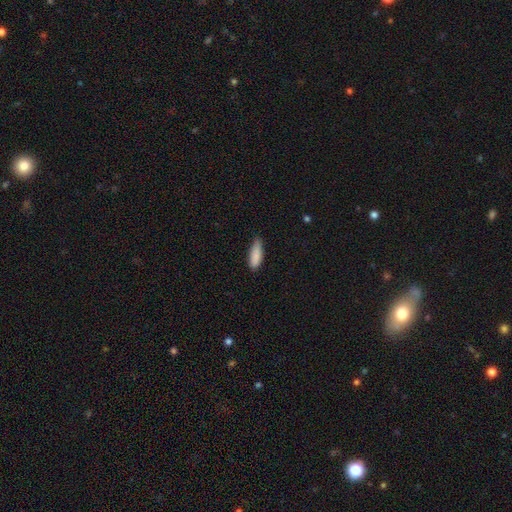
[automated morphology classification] A smooth galaxy with no disk features (88%) that is in between round and cigar-shaped (56%).

Vote fractions:
- Smooth or featured? smooth: 88% / star or artifact: 7% / featured or disk: 6%
- How rounded? in between: 56% / cigar-shaped: 43% / round: 2%
- Merging? none: 68% / minor disturbance: 27% / major disturbance: 4% / merger: 1%